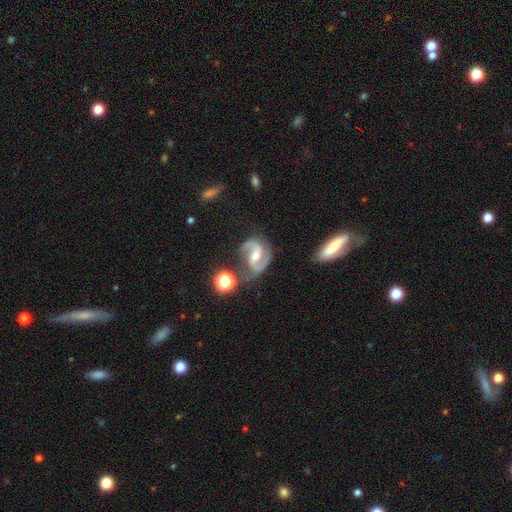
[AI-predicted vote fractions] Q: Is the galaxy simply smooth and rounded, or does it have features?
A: featured or disk — 89%.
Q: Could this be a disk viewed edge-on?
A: no — 98%.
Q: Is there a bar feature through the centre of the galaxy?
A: weak — 45%.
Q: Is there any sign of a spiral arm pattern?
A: yes — 97%.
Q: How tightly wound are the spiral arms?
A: medium — 60%.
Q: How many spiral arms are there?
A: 2 — 92%.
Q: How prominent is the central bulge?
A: moderate — 64%.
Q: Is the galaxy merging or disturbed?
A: none — 66%.